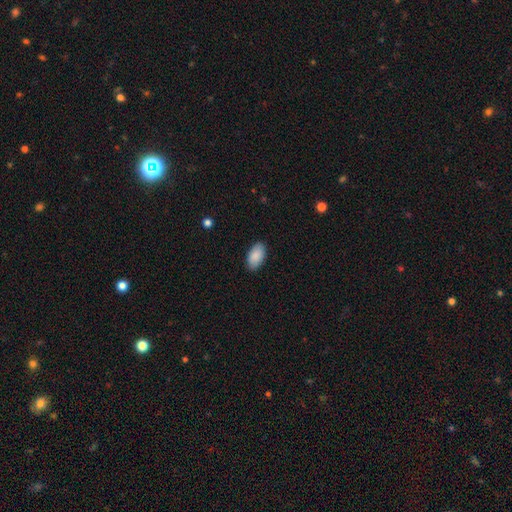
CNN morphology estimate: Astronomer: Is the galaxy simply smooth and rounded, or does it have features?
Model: smooth — 90%.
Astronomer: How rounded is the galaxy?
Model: in between — 95%.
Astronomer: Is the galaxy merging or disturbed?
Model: none — 88%.